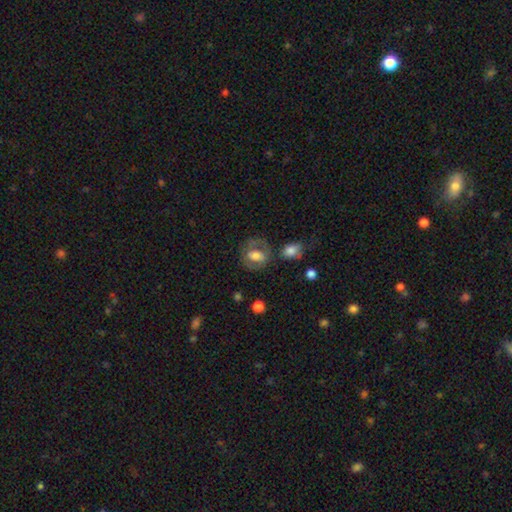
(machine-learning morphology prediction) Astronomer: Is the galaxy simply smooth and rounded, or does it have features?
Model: smooth — 51% (runner-up: featured or disk, 41%).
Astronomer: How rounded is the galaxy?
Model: in between — 54% (runner-up: round, 44%).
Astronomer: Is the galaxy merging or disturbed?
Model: none — 63%.